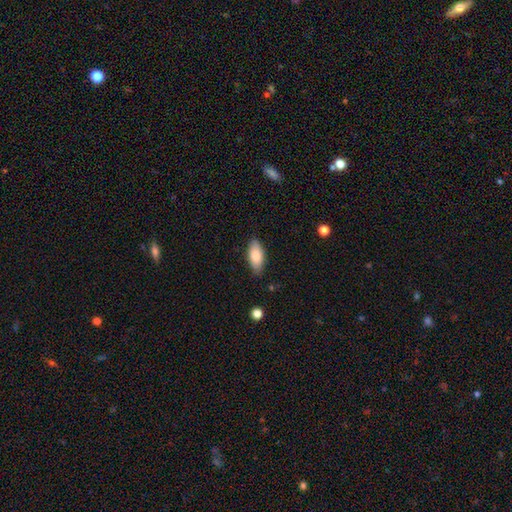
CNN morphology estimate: Overall: smooth (83%). How rounded: in between (87%). Merging: none (82%).